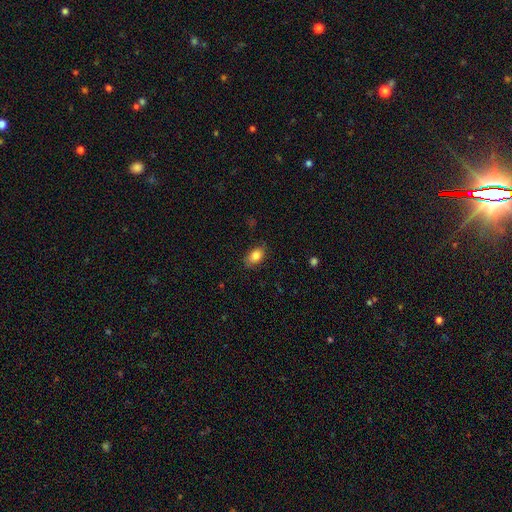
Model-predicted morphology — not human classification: Overall: smooth (82%). How rounded: in between (87%). Merging: none (77%).